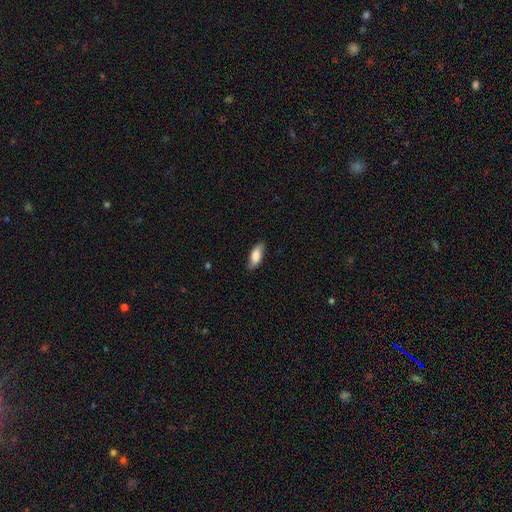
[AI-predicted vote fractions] The model was most divided on "how rounded": in between: 75%, cigar-shaped: 23%, round: 3%. More confident: merging — none (82%); smooth or featured — smooth (79%).